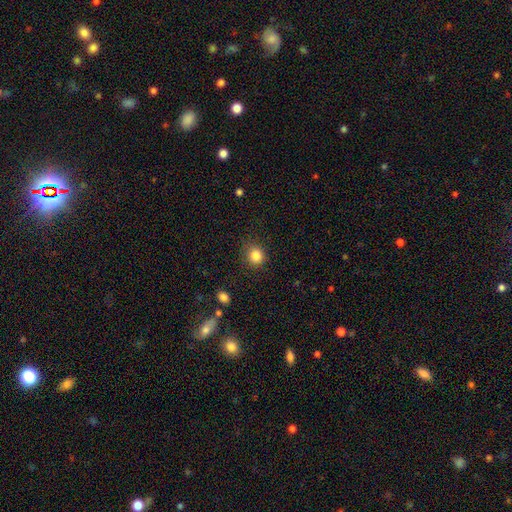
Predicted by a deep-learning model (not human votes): smooth 84%, star or artifact 11%, featured or disk 5%. Down the decision tree: how rounded — round (86%); merging — none (85%).